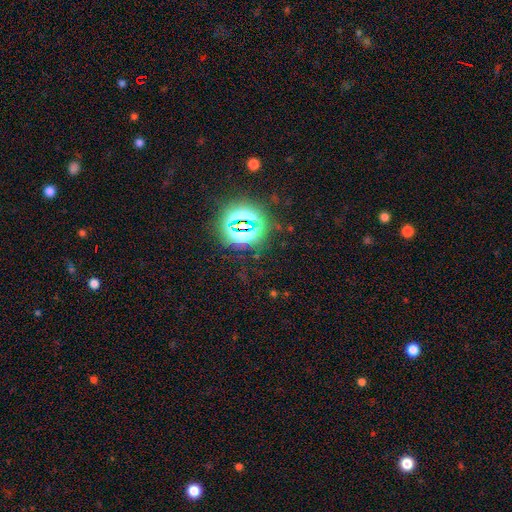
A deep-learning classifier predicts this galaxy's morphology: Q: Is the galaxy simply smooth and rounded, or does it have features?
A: star or artifact — 79%.